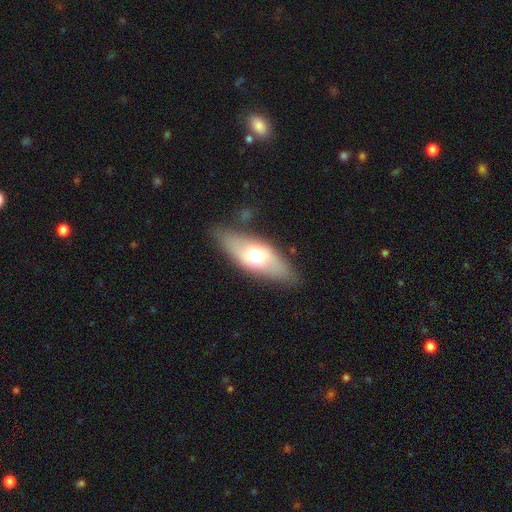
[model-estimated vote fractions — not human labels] smooth_or_featured: smooth (p=0.58) [alt: featured or disk p=0.36]
how_rounded: in between (p=0.74) [alt: cigar-shaped p=0.23]
merging: none (p=0.82) [alt: minor disturbance p=0.13]